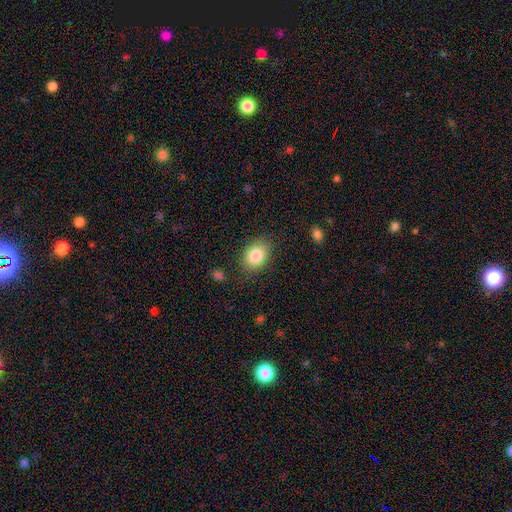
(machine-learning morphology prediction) A smooth galaxy with no disk features (85%) that is in between round and cigar-shaped (72%).

Vote fractions:
- Smooth or featured? smooth: 85% / star or artifact: 8% / featured or disk: 7%
- How rounded? in between: 72% / round: 27% / cigar-shaped: 1%
- Merging? none: 81% / minor disturbance: 13% / major disturbance: 4% / merger: 2%